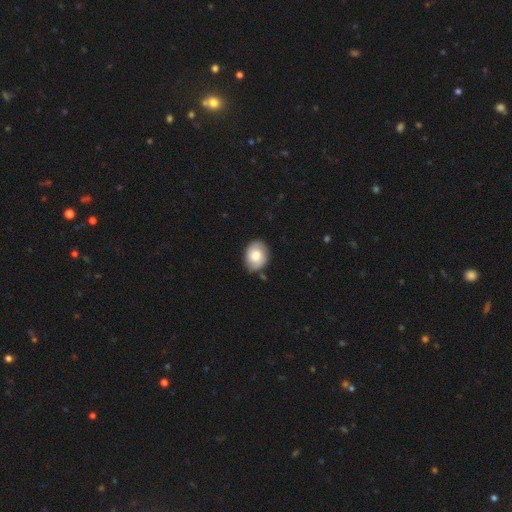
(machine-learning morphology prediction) Smooth or featured? Predicted: smooth (p=0.69). How rounded? Predicted: in between (p=0.63). Merging? Predicted: none (p=0.74).